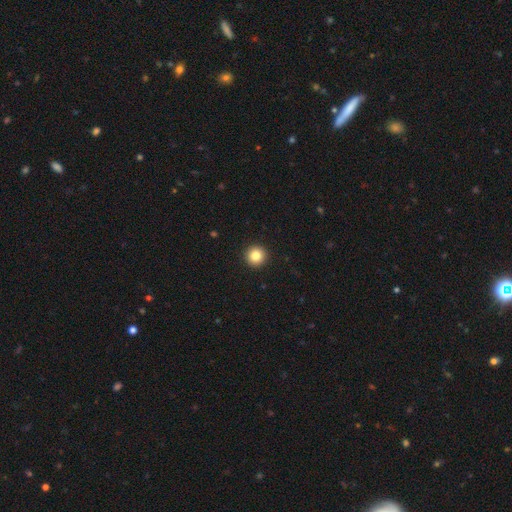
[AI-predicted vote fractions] Overall: smooth (84%). How rounded: round (96%). Merging: none (94%).